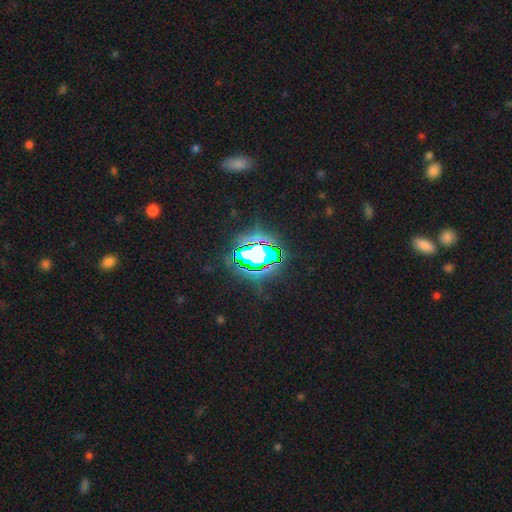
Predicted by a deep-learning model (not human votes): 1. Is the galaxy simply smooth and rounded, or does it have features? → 71% star or artifact, 16% smooth, 12% featured or disk.